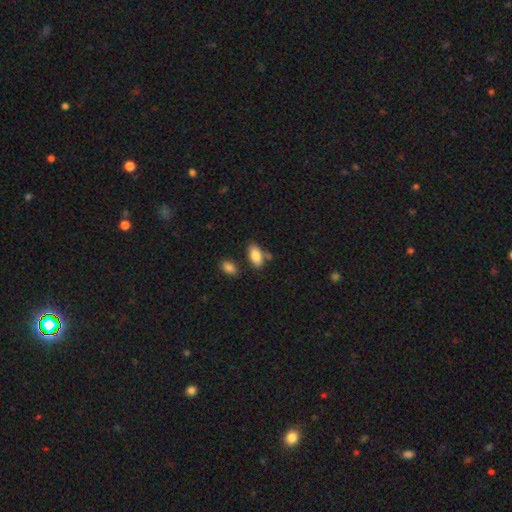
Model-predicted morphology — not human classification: smooth_or_featured: smooth (p=0.84) [alt: featured or disk p=0.09]
how_rounded: in between (p=0.92) [alt: cigar-shaped p=0.04]
merging: none (p=0.72) [alt: minor disturbance p=0.14]